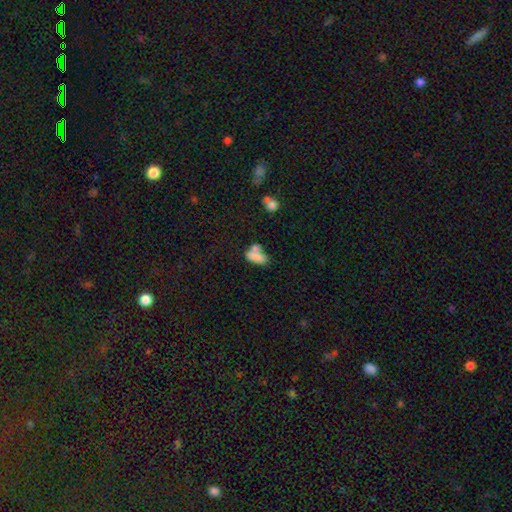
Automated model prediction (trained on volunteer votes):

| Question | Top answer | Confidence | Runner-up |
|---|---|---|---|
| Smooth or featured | smooth | 75% | featured or disk (15%) |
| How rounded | in between | 83% | cigar-shaped (11%) |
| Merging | merger | 43% | none (31%) |